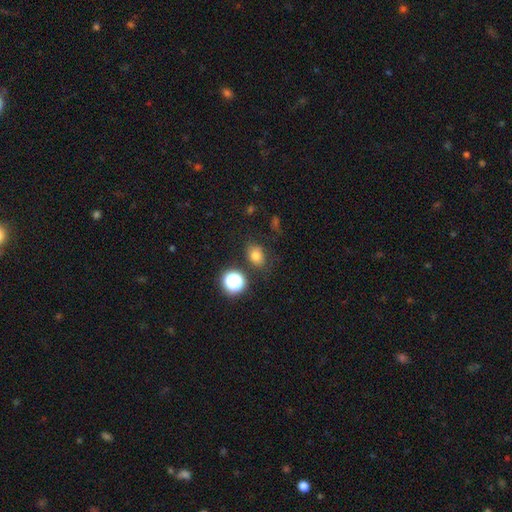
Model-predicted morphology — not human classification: A smooth galaxy with no disk features (74%) that is in between round and cigar-shaped (56%).

Vote fractions:
- Smooth or featured? smooth: 74% / star or artifact: 17% / featured or disk: 9%
- How rounded? in between: 56% / round: 43% / cigar-shaped: 1%
- Merging? none: 76% / minor disturbance: 15% / major disturbance: 5% / merger: 4%